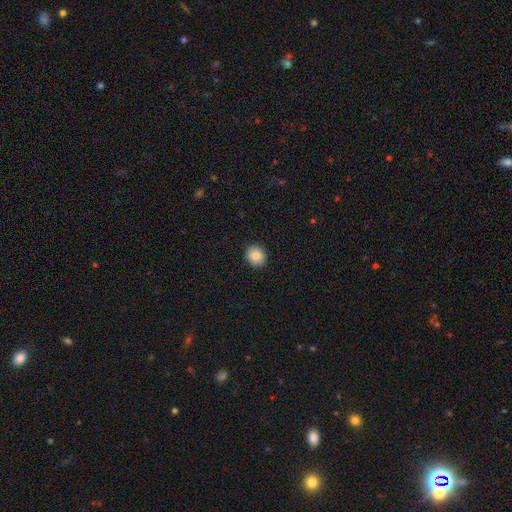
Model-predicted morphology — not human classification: Q: Smooth or featured?
A: smooth (85%); runner-up: star or artifact (8%)
Q: How rounded?
A: round (78%); runner-up: in between (21%)
Q: Merging?
A: none (91%); runner-up: minor disturbance (6%)